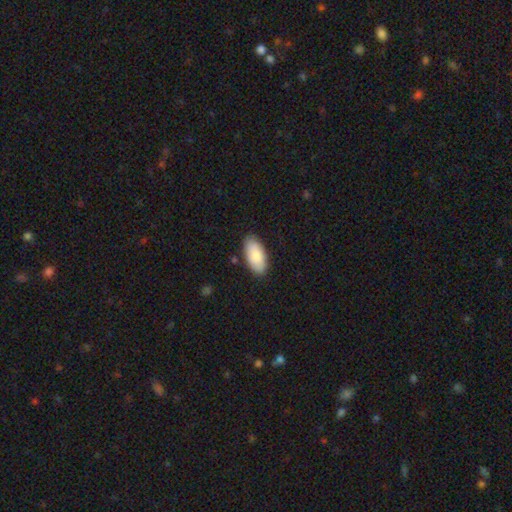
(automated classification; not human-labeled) Smooth or featured?
  - smooth: 86% *
  - featured or disk: 9%
  - star or artifact: 6%
How rounded?
  - in between: 94% *
  - cigar-shaped: 5%
  - round: 2%
Merging?
  - none: 86% *
  - minor disturbance: 11%
  - major disturbance: 2%
  - merger: 2%